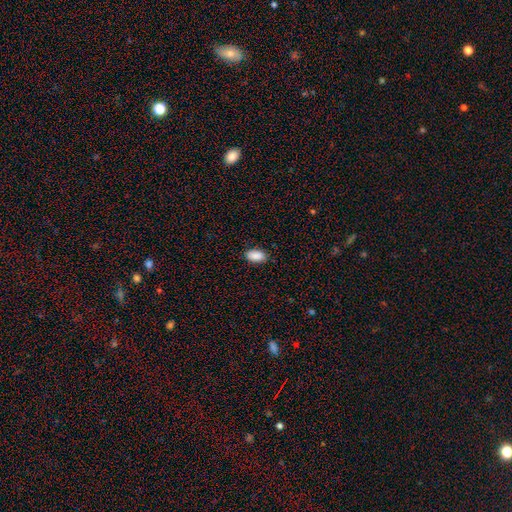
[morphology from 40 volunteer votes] Smooth or featured?
  - smooth: 90% *
  - featured or disk: 5%
  - star or artifact: 5%
How rounded?
  - in between: 97% *
  - round: 3%
  - cigar-shaped: 0%
Merging?
  - none: 87% *
  - minor disturbance: 13%
  - major disturbance: 0%
  - merger: 0%